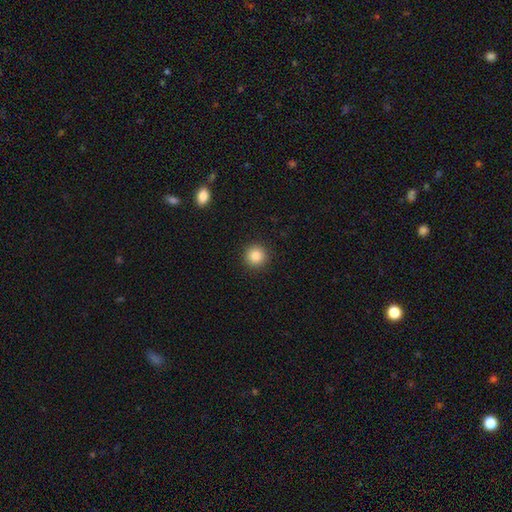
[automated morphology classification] Smooth or featured: smooth — 85% (star or artifact — 10%)
How rounded: round — 95% (in between — 4%)
Merging: none — 92% (minor disturbance — 5%)